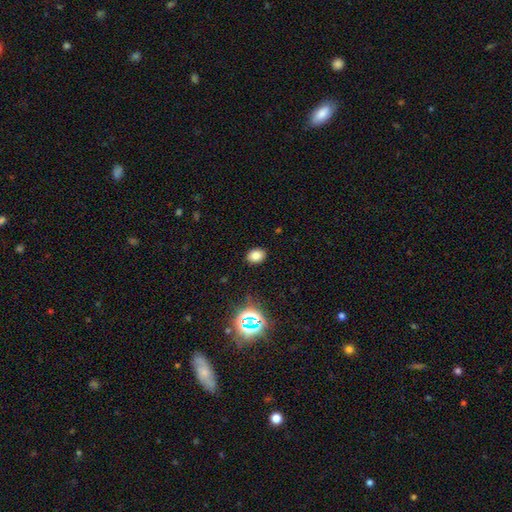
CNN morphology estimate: Smooth or featured?
  - smooth: 77% *
  - star or artifact: 16%
  - featured or disk: 7%
How rounded?
  - in between: 68% *
  - round: 31%
  - cigar-shaped: 1%
Merging?
  - none: 89% *
  - minor disturbance: 7%
  - major disturbance: 2%
  - merger: 1%